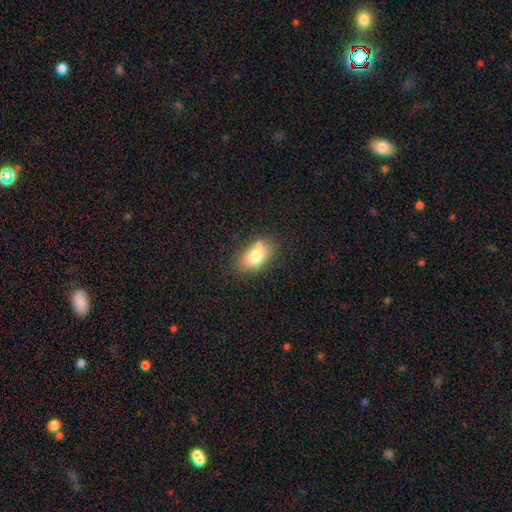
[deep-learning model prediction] A smooth galaxy with no disk features (75%) that is in between round and cigar-shaped (87%). Merging: none (66%).